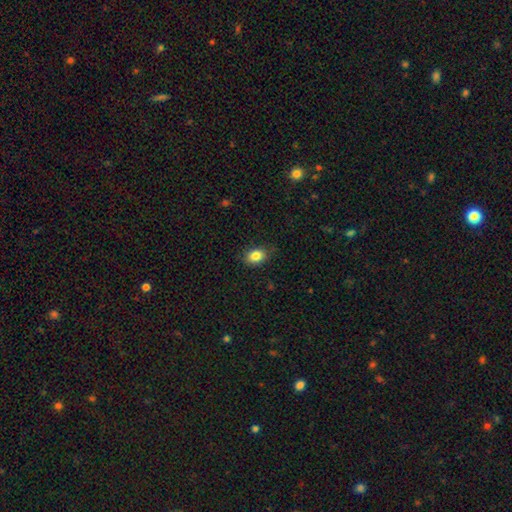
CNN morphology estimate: smooth 85%, star or artifact 9%, featured or disk 6%. Down the decision tree: how rounded — in between (72%); merging — none (84%).